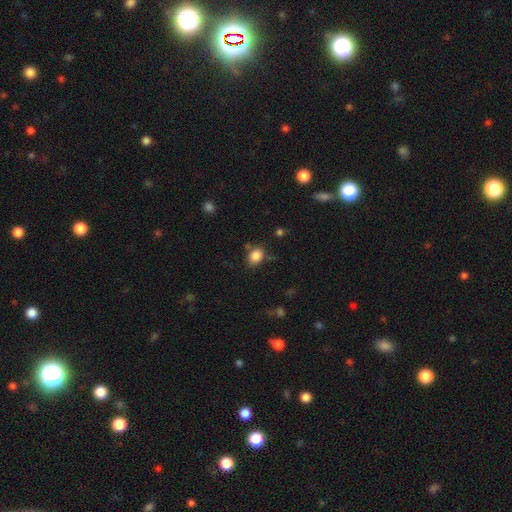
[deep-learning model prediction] Q: Smooth or featured?
A: smooth (85%); runner-up: star or artifact (10%)
Q: How rounded?
A: in between (65%); runner-up: round (34%)
Q: Merging?
A: none (74%); runner-up: minor disturbance (16%)